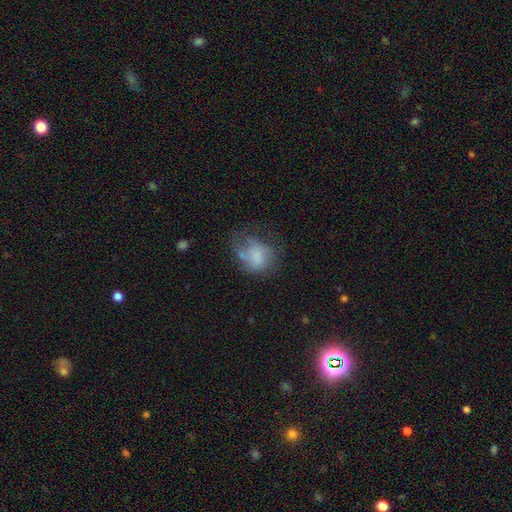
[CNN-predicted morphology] Q: Smooth or featured?
A: smooth (58%); runner-up: featured or disk (32%)
Q: How rounded?
A: in between (52%); runner-up: round (47%)
Q: Merging?
A: major disturbance (37%); runner-up: none (31%)